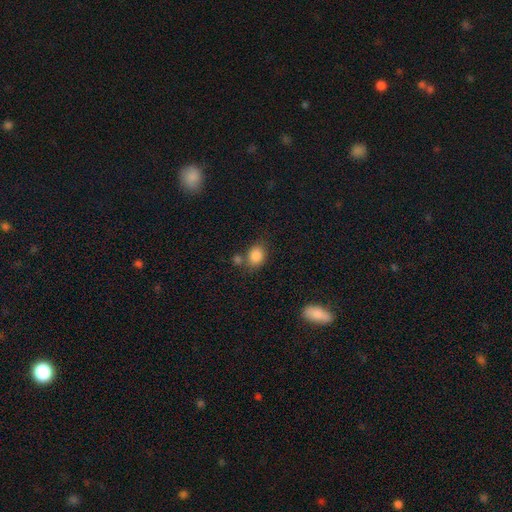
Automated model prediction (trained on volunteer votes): This is clearly a smooth galaxy (86%). How rounded: possibly in between (55%). Merging: likely none (64%).